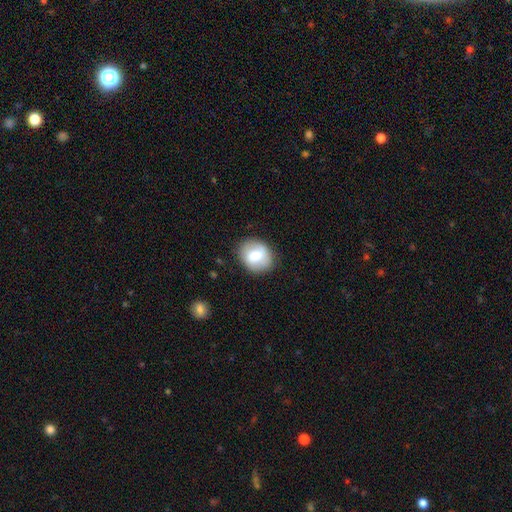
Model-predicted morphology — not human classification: Smooth or featured?
  - smooth: 69% *
  - featured or disk: 24%
  - star or artifact: 7%
How rounded?
  - round: 61% *
  - in between: 38%
  - cigar-shaped: 1%
Merging?
  - none: 80% *
  - minor disturbance: 14%
  - major disturbance: 5%
  - merger: 1%